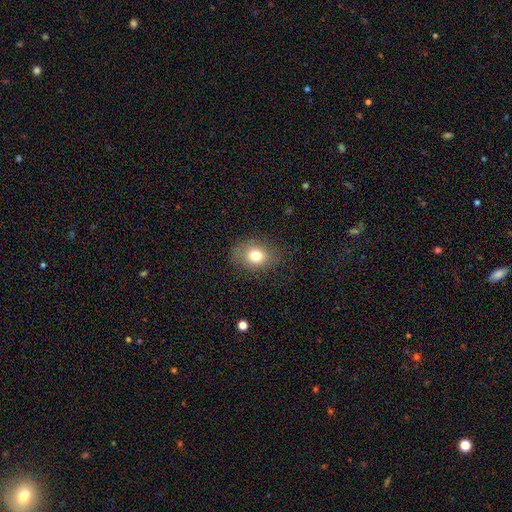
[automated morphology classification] This appears to be a smooth galaxy with no disk features (77%) that is in between round and cigar-shaped (55%). Merging: none (76%).